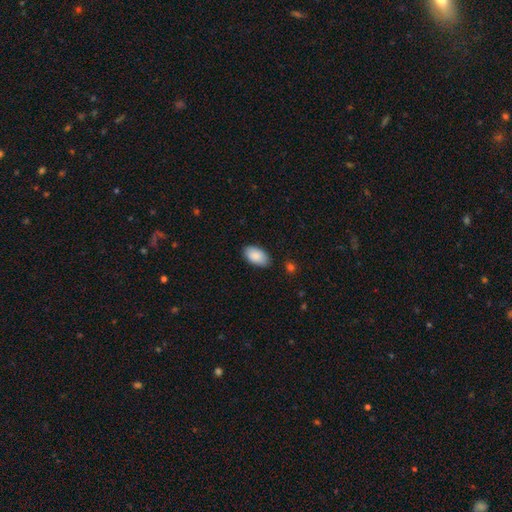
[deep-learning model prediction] Smooth or featured? smooth (88%)
How rounded? in between (95%)
Merging? none (85%)